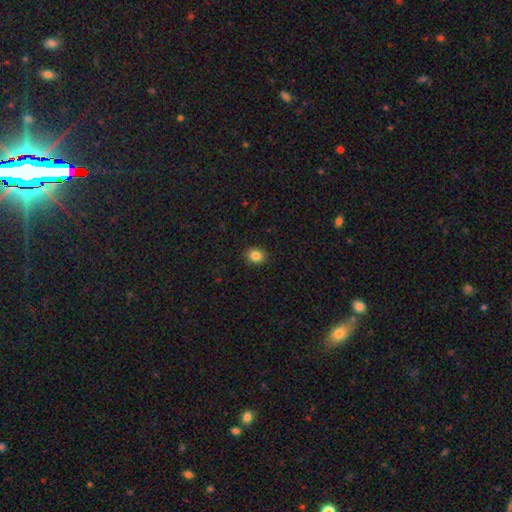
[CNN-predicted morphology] Smooth or featured: smooth — 84% (star or artifact — 10%)
How rounded: round — 59% (in between — 40%)
Merging: none — 91% (minor disturbance — 7%)